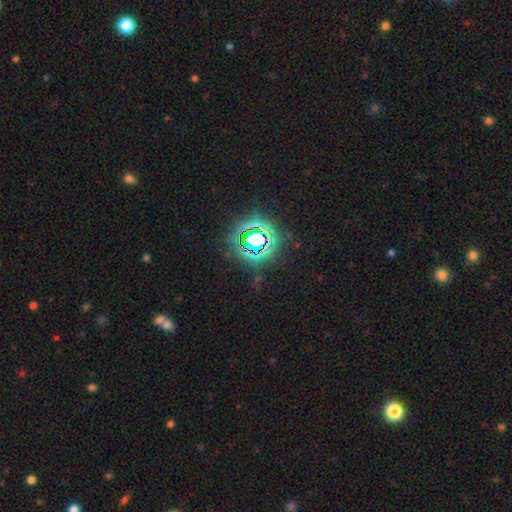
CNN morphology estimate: A star or artifact, not a galaxy (78%).